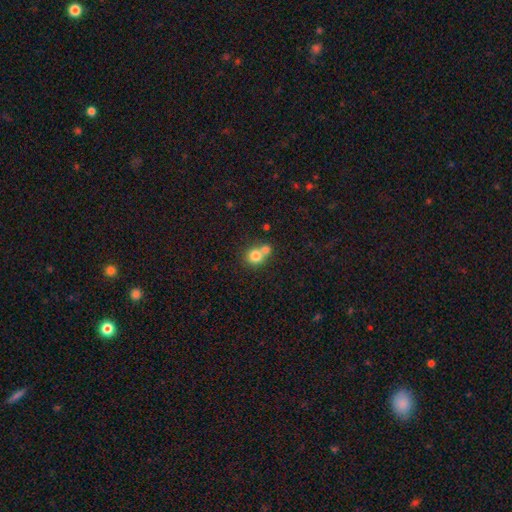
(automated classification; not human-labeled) The model was most divided on "merging": merger: 50%, none: 41%, minor disturbance: 7%, major disturbance: 3%. More confident: how rounded — round (85%); smooth or featured — smooth (79%).